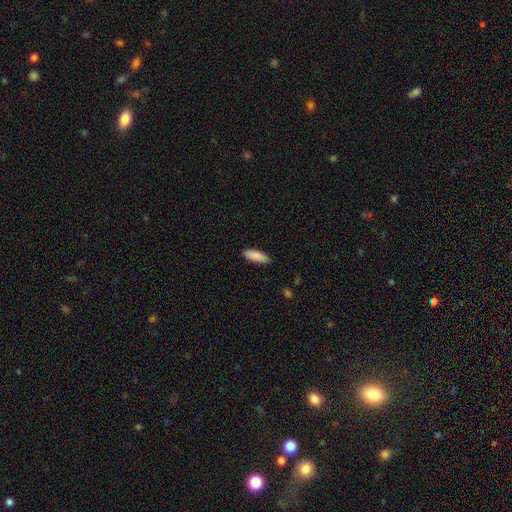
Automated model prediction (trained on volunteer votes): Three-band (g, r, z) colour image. It shows a smooth galaxy with no disk features (89%) that is in between round and cigar-shaped (59%). Merging: none (87%).